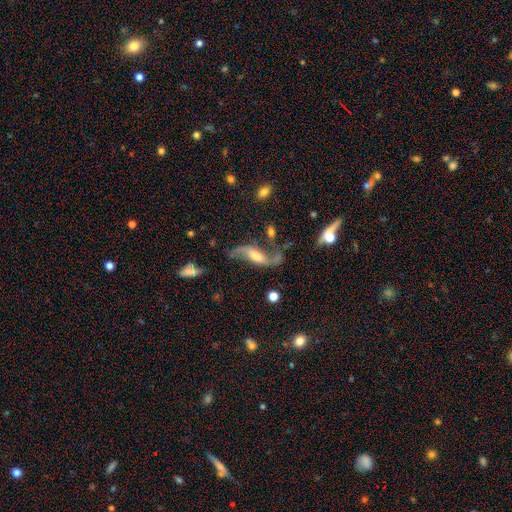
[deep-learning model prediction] Smooth or featured? Predicted: featured or disk (p=0.82). Edge-on disk? Predicted: no (p=0.89). Bar? Predicted: weak (p=0.40). Spiral arms? Predicted: yes (p=0.94). Spiral winding? Predicted: loose (p=0.87). Spiral arm count? Predicted: 2 (p=0.91). Bulge size? Predicted: moderate (p=0.49). Merging? Predicted: none (p=0.56).